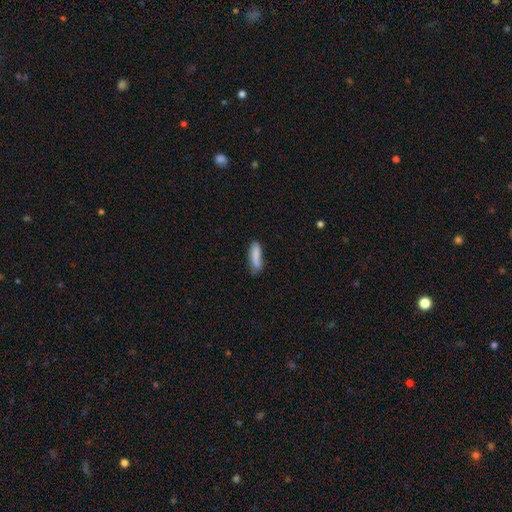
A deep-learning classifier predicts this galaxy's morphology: smooth_or_featured: smooth (p=0.85) [alt: featured or disk p=0.08]
how_rounded: cigar-shaped (p=0.56) [alt: in between p=0.42]
merging: none (p=0.60) [alt: minor disturbance p=0.29]